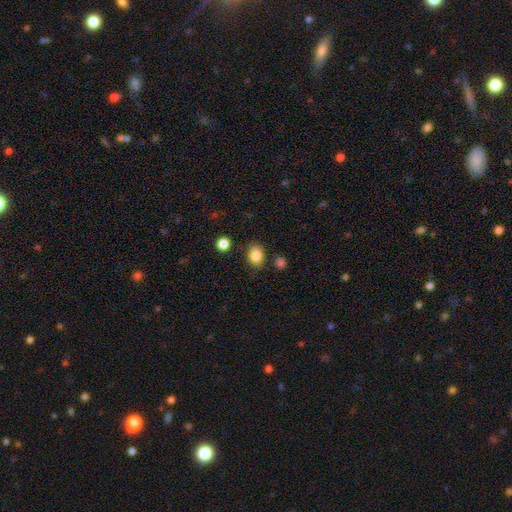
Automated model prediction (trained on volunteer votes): smooth_or_featured: smooth (p=0.85) [alt: star or artifact p=0.10]
how_rounded: in between (p=0.52) [alt: round p=0.47]
merging: none (p=0.83) [alt: minor disturbance p=0.11]